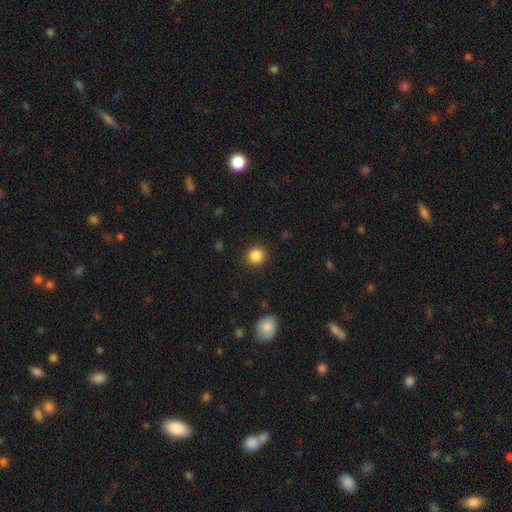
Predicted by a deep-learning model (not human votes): smooth 86%, star or artifact 10%, featured or disk 4%. Down the decision tree: how rounded — round (89%); merging — none (90%).